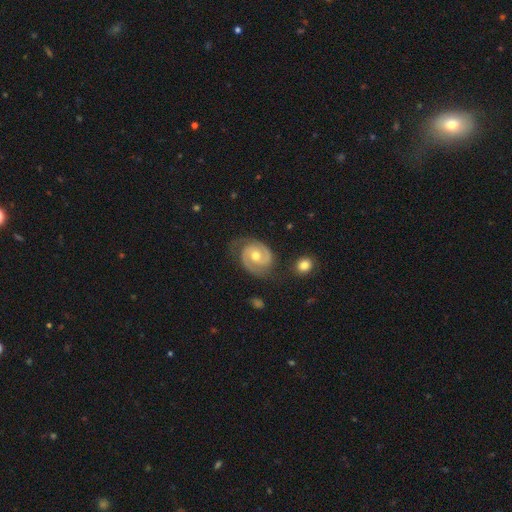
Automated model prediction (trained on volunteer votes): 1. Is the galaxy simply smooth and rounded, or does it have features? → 89% featured or disk, 7% smooth, 4% star or artifact.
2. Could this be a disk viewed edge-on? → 98% no, 2% yes.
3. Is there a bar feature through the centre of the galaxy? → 63% no, 29% weak, 8% strong.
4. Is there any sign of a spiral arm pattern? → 97% yes, 3% no.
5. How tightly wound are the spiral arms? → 52% tight, 41% medium, 8% loose.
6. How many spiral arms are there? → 90% 2, 3% can't tell, 2% 1, 2% 3, 1% 4, 1% more than 4.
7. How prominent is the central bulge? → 74% moderate, 21% small, 3% large, 1% none, 1% dominant.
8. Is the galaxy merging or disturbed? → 71% none, 19% minor disturbance, 7% major disturbance, 2% merger.